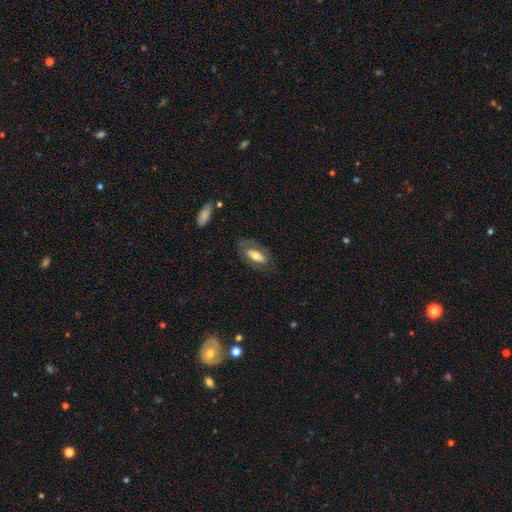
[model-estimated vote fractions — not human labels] Smooth or featured? Predicted: smooth (p=0.52). How rounded? Predicted: in between (p=0.82). Merging? Predicted: none (p=0.64).